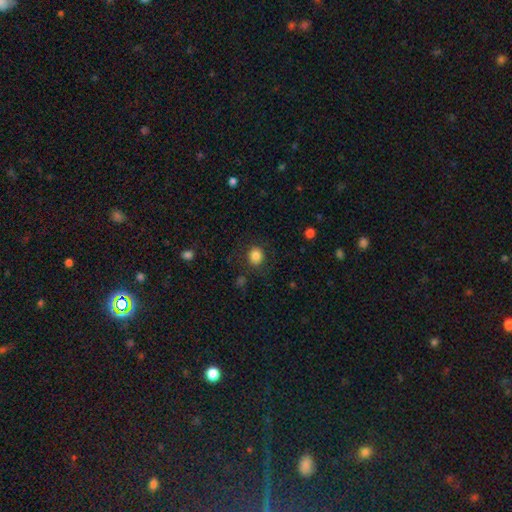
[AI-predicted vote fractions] smooth-or-featured: smooth: 85% | star or artifact: 10% | featured or disk: 5%
  how-rounded: round: 79% | in between: 20% | cigar-shaped: 1%
  merging: none: 83% | minor disturbance: 10% | major disturbance: 5% | merger: 2%